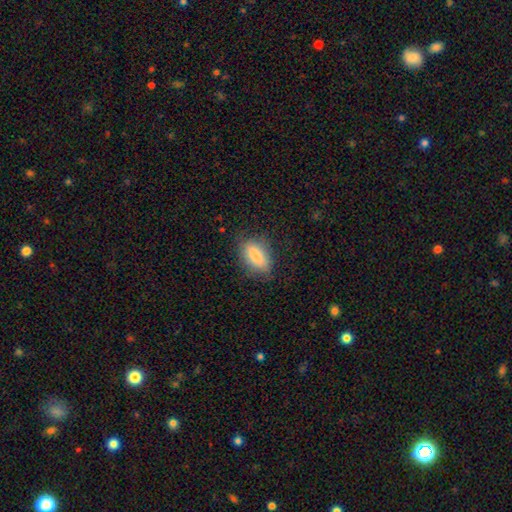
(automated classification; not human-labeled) smooth_or_featured: smooth (p=0.79) [alt: featured or disk p=0.13]
how_rounded: in between (p=0.81) [alt: cigar-shaped p=0.14]
merging: none (p=0.75) [alt: minor disturbance p=0.18]